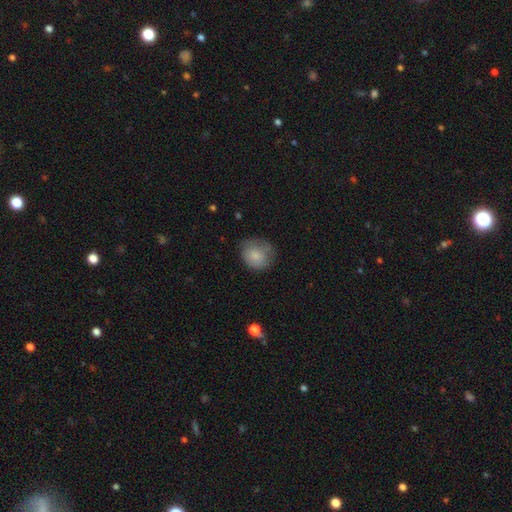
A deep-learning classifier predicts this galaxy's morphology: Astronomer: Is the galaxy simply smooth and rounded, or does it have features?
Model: smooth — 80%.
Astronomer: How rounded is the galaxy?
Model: round — 76%.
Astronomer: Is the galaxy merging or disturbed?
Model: none — 62%.